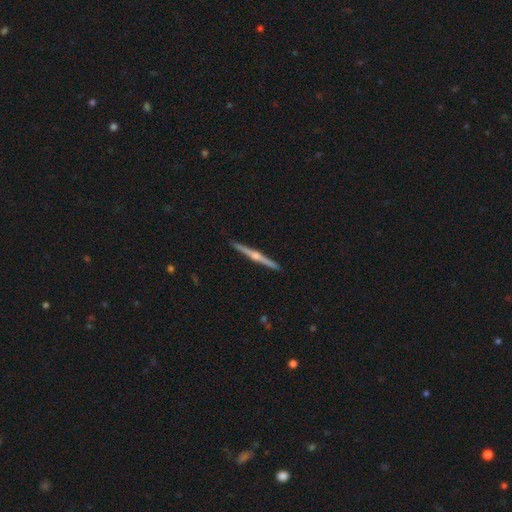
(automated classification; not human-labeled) A featured or disk galaxy (79%) viewed edge-on (98%) with a rounded central bulge (86%).

Vote fractions:
- Smooth or featured? featured or disk: 79% / smooth: 15% / star or artifact: 5%
- Edge-on disk? yes: 98% / no: 2%
- Edge-on bulge? rounded: 86% / none: 9% / boxy: 4%
- Merging? none: 92% / minor disturbance: 5% / major disturbance: 1% / merger: 1%